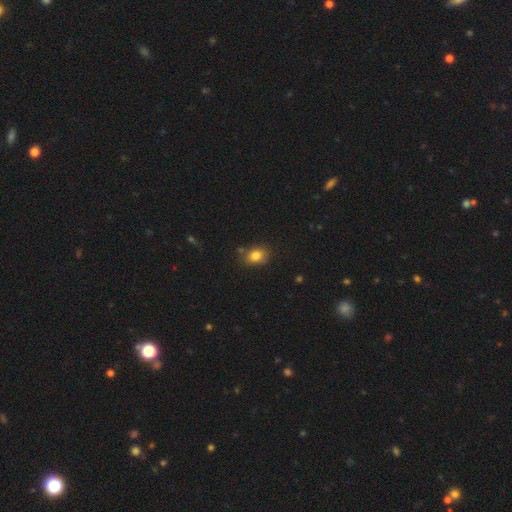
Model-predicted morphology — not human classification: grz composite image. It shows a smooth galaxy with no disk features (82%) that is in between round and cigar-shaped (60%). Merging: none (76%).